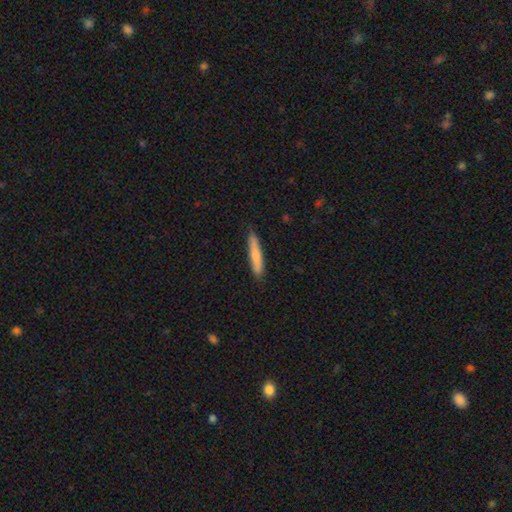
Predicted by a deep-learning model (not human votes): Overall: smooth (72%). How rounded: cigar-shaped (91%). Merging: none (87%).